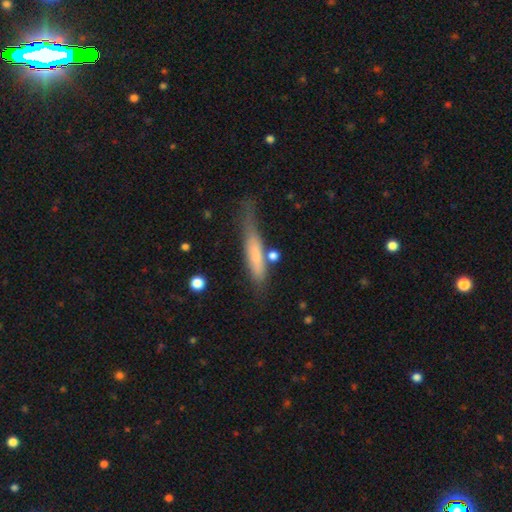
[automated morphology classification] Smooth or featured: smooth — 64% (featured or disk — 29%)
How rounded: cigar-shaped — 84% (in between — 14%)
Merging: none — 50% (minor disturbance — 28%)